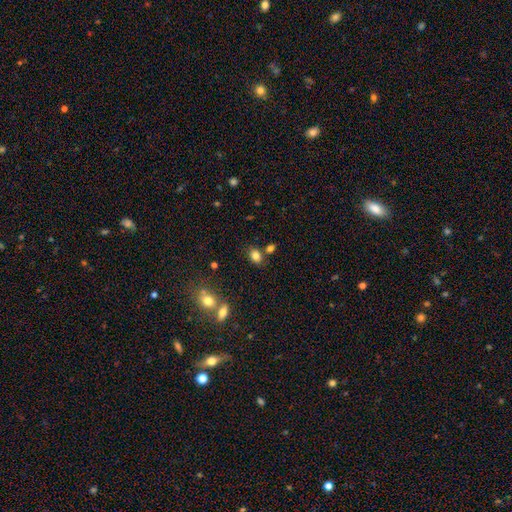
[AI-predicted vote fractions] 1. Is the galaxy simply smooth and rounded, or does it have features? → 80% smooth, 13% star or artifact, 8% featured or disk.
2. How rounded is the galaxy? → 67% in between, 32% round, 1% cigar-shaped.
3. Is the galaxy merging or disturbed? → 70% none, 14% merger, 12% minor disturbance, 4% major disturbance.